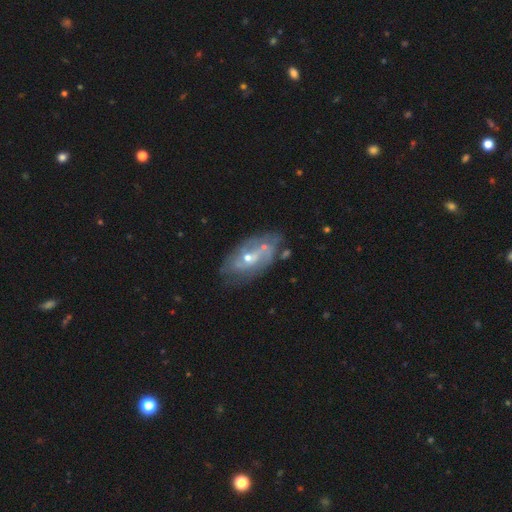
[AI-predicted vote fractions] featured or disk 74%, smooth 17%, star or artifact 9%. Down the decision tree: edge-on disk — no (92%); bar — no (57%); spiral arms — yes (71%); bulge size — small (53%); merging — none (64%).